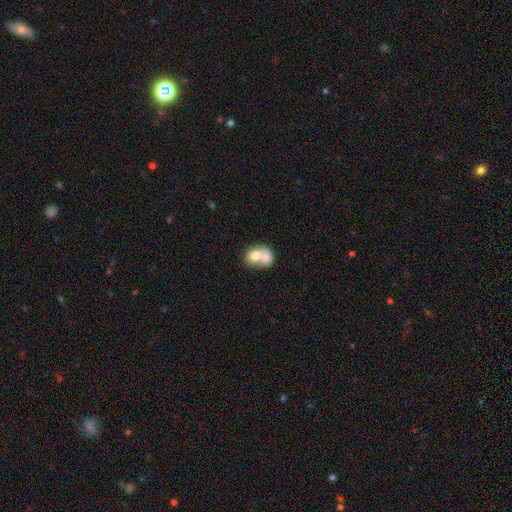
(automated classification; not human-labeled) The model was most divided on "how rounded": round: 50%, in between: 49%, cigar-shaped: 1%. More confident: merging — merger (71%); smooth or featured — smooth (70%).